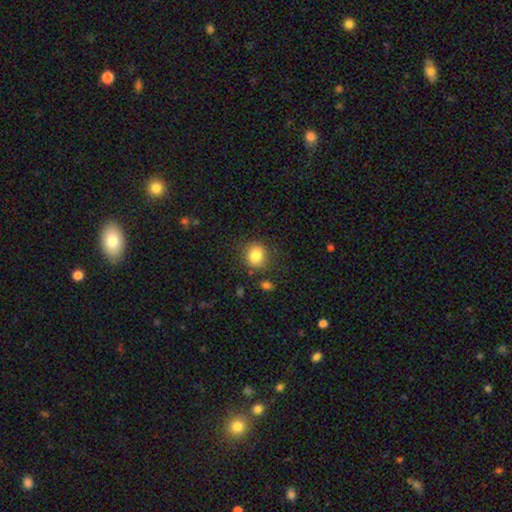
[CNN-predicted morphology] Smooth or featured? Predicted: smooth (p=0.83). How rounded? Predicted: round (p=0.79). Merging? Predicted: none (p=0.85).